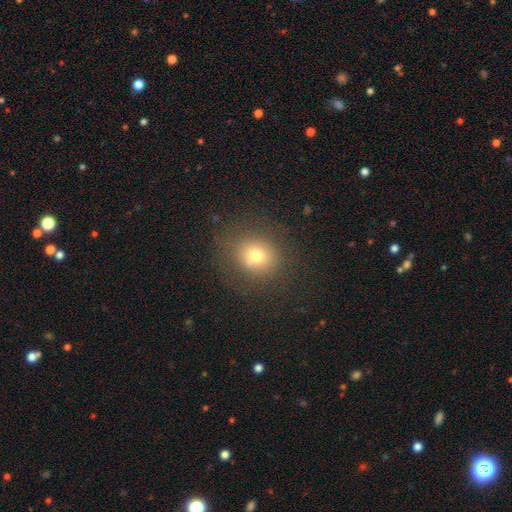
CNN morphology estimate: A smooth galaxy with no disk features (71%) that is round (80%).

Vote fractions:
- Smooth or featured? smooth: 71% / star or artifact: 16% / featured or disk: 13%
- How rounded? round: 80% / in between: 19% / cigar-shaped: 1%
- Merging? none: 79% / minor disturbance: 12% / major disturbance: 6% / merger: 2%